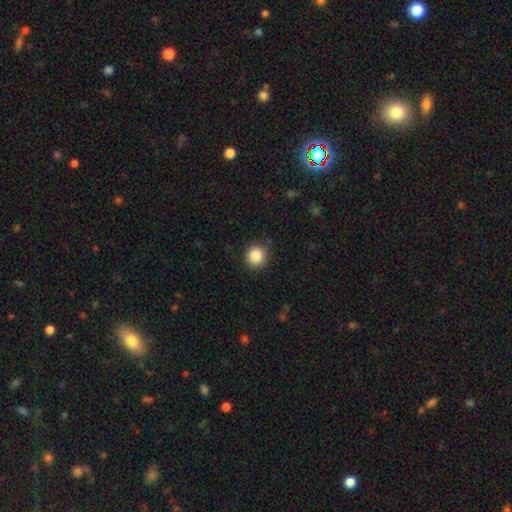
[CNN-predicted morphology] Smooth or featured?
  - smooth: 87% *
  - star or artifact: 9%
  - featured or disk: 4%
How rounded?
  - round: 93% *
  - in between: 6%
  - cigar-shaped: 1%
Merging?
  - none: 88% *
  - minor disturbance: 8%
  - major disturbance: 2%
  - merger: 1%